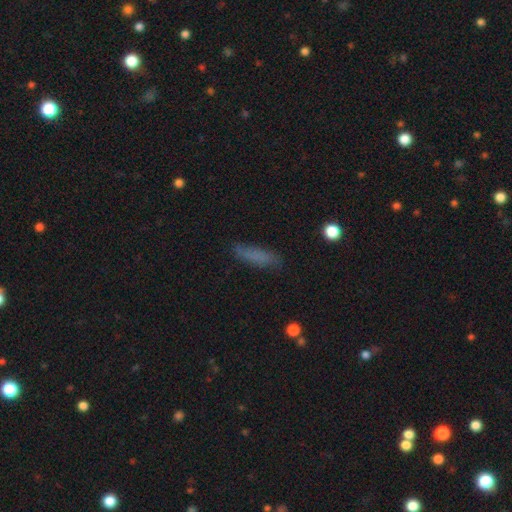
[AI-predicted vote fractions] smooth 73%, featured or disk 16%, star or artifact 11%. Down the decision tree: how rounded — cigar-shaped (67%); merging — none (76%).